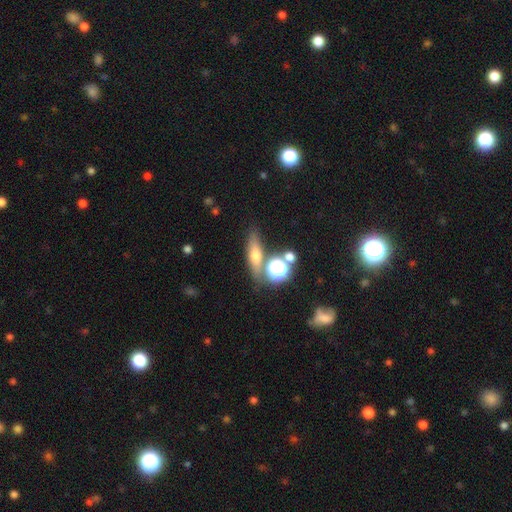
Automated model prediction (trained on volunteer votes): smooth_or_featured: smooth (p=0.52) [alt: featured or disk p=0.30]
how_rounded: cigar-shaped (p=0.41) [alt: in between p=0.36]
merging: none (p=0.68) [alt: merger p=0.14]